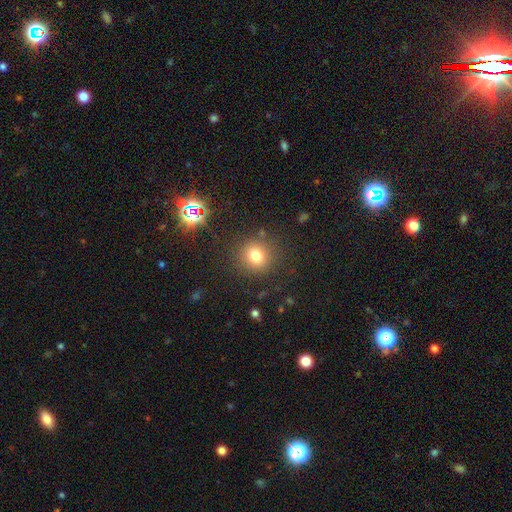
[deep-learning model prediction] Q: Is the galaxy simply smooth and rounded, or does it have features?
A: smooth — 76%.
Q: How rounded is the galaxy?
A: round — 87%.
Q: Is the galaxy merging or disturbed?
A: none — 85%.